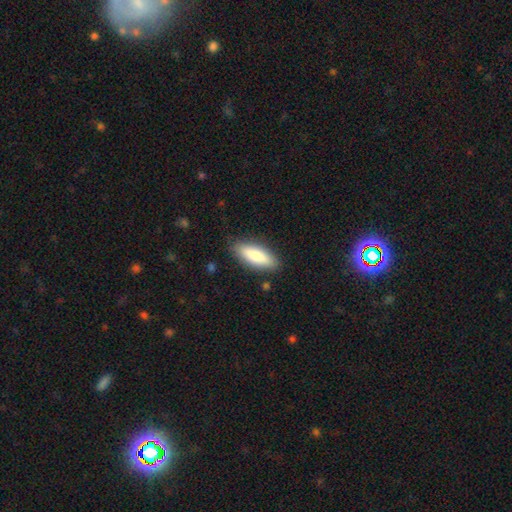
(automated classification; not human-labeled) This is clearly a smooth galaxy (84%). How rounded: likely in between (64%). Merging: clearly none (86%).